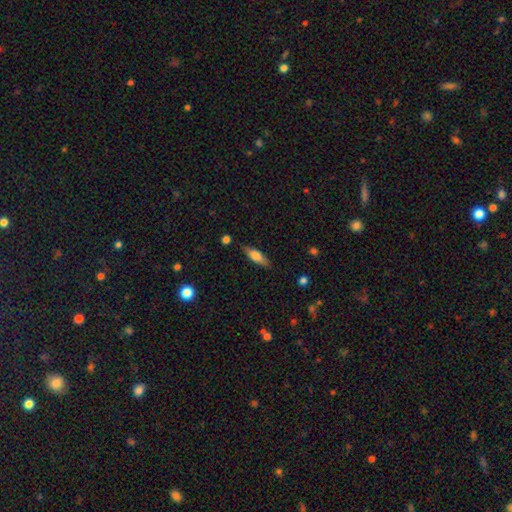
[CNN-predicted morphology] smooth_or_featured: smooth (p=0.69) [alt: featured or disk p=0.24]
how_rounded: in between (p=0.53) [alt: cigar-shaped p=0.44]
merging: none (p=0.83) [alt: minor disturbance p=0.13]